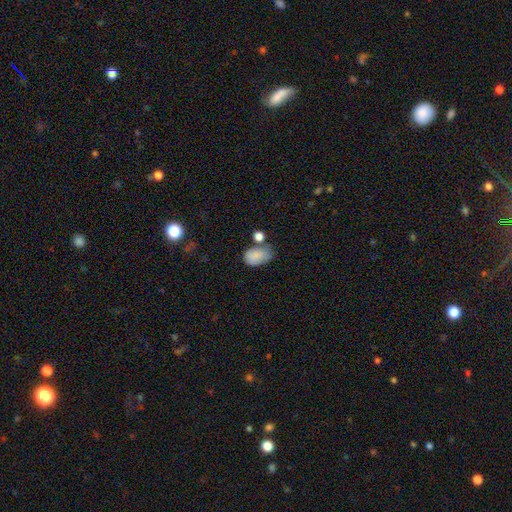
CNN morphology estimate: smooth 83%, star or artifact 9%, featured or disk 8%. Down the decision tree: how rounded — in between (87%); merging — none (44%).